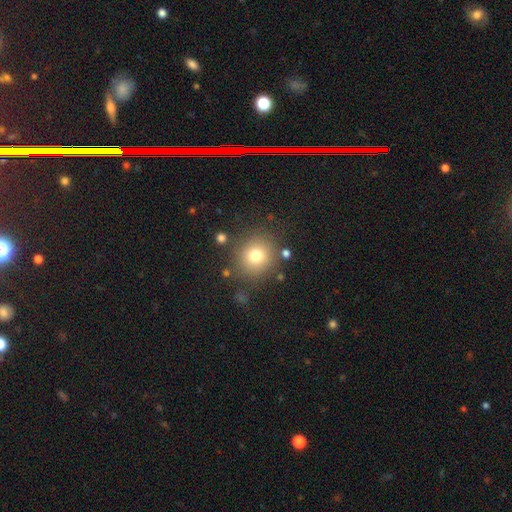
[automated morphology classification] Overall: smooth (75%). How rounded: round (89%). Merging: none (82%).